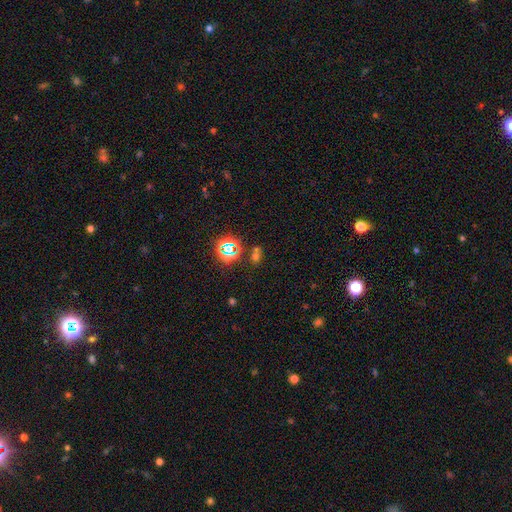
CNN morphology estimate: A star or artifact, not a galaxy (49%).